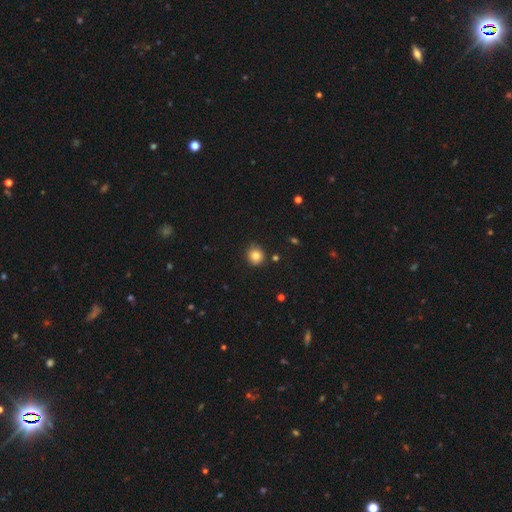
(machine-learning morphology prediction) This appears to be a smooth galaxy with no disk features (82%) that is round (87%). Merging: none (87%).